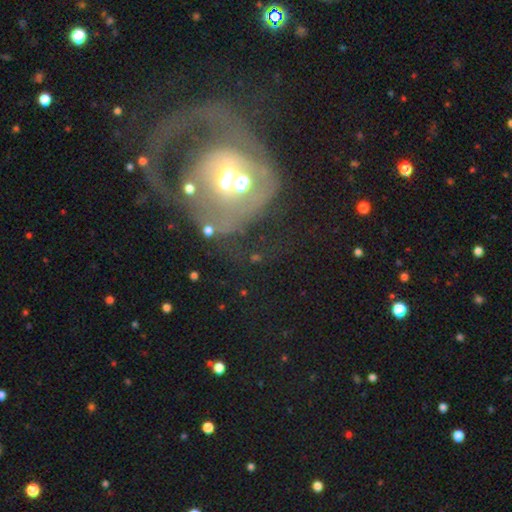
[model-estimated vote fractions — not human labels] Smooth or featured: featured or disk — 54% (smooth — 24%)
Edge-on disk: no — 94% (yes — 6%)
Bar: no — 67% (weak — 20%)
Spiral arms: no — 54% (yes — 46%)
Bulge size: moderate — 58% (small — 20%)
Merging: major disturbance — 32% (none — 30%)